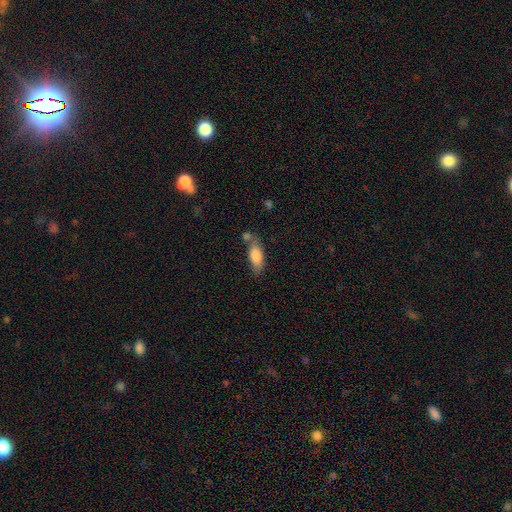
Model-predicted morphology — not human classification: A smooth galaxy with no disk features (82%) that is in between round and cigar-shaped (77%). Merging: none (52%).